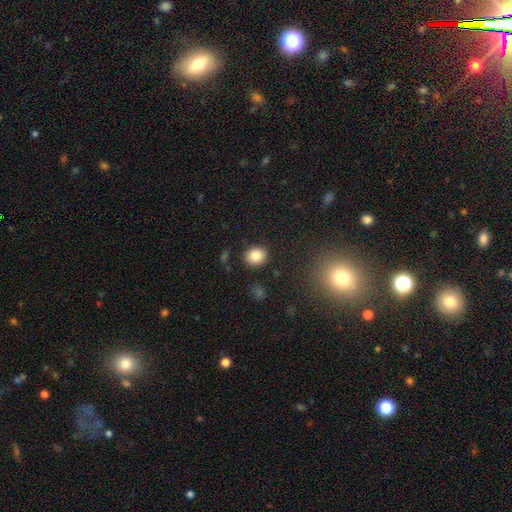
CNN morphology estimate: type=smooth (84%); roundness=round (64%); merging=none (88%).